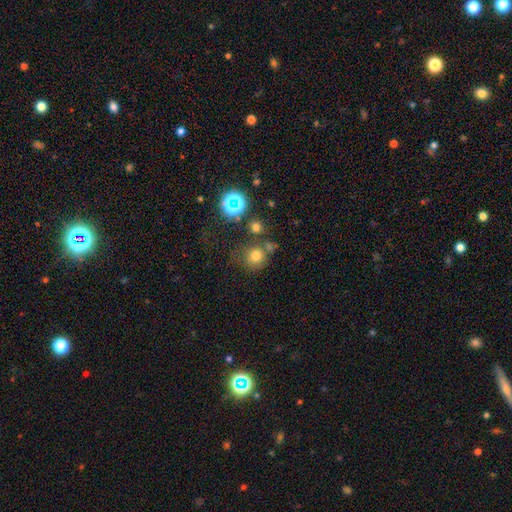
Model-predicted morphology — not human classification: Overall: smooth (71%). How rounded: round (86%). Merging: none (65%).